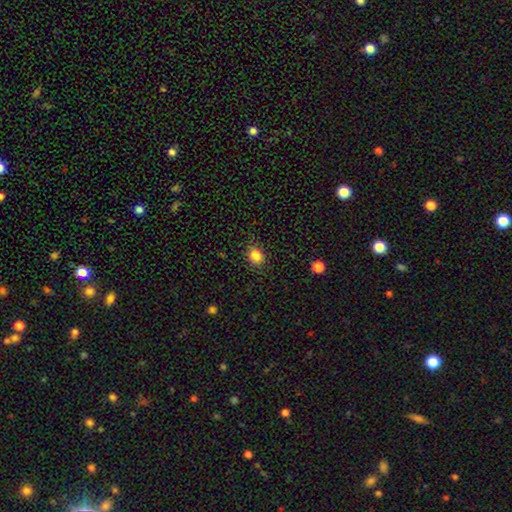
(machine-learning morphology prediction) This is clearly a smooth galaxy (85%). How rounded: possibly round (55%). Merging: clearly none (85%).